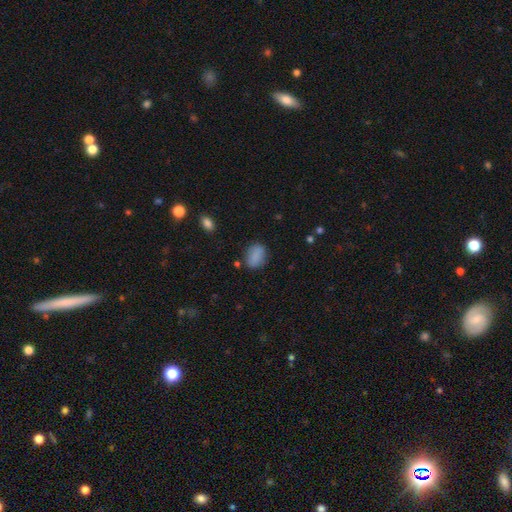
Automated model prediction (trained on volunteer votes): A smooth galaxy with no disk features (85%) that is in between round and cigar-shaped (76%).

Vote fractions:
- Smooth or featured? smooth: 85% / star or artifact: 9% / featured or disk: 6%
- How rounded? in between: 76% / round: 22% / cigar-shaped: 2%
- Merging? none: 76% / minor disturbance: 16% / major disturbance: 5% / merger: 3%